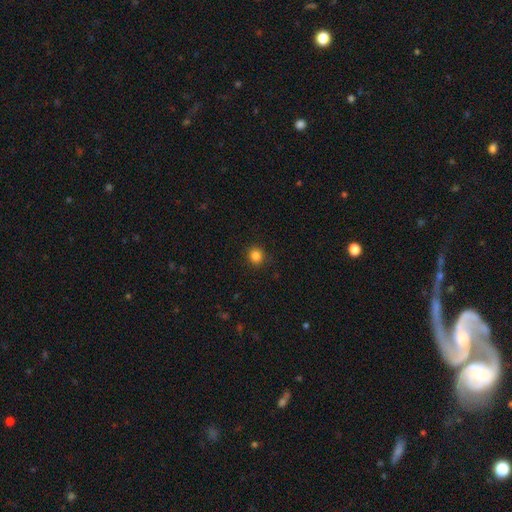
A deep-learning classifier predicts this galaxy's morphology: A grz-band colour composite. It shows a smooth galaxy with no disk features (84%) that is round (89%). Merging: none (91%).